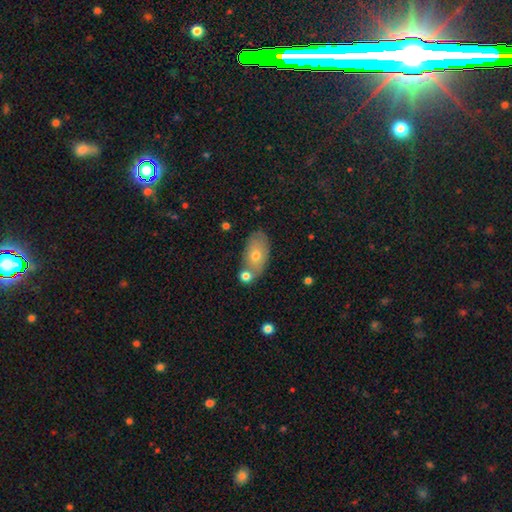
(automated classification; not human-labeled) Smooth or featured? Predicted: smooth (p=0.67). How rounded? Predicted: in between (p=0.89). Merging? Predicted: none (p=0.59).